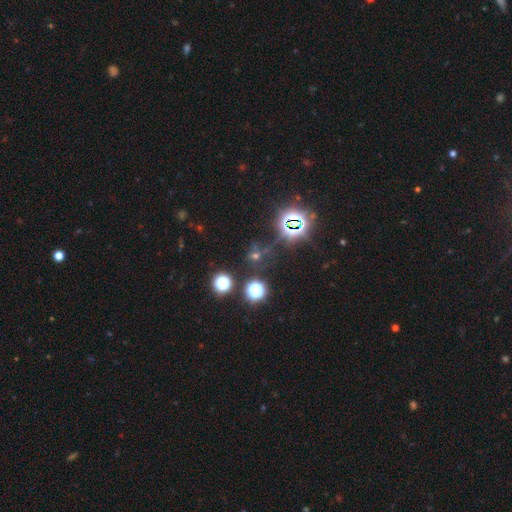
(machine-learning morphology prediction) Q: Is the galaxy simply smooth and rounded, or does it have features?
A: star or artifact — 61%.